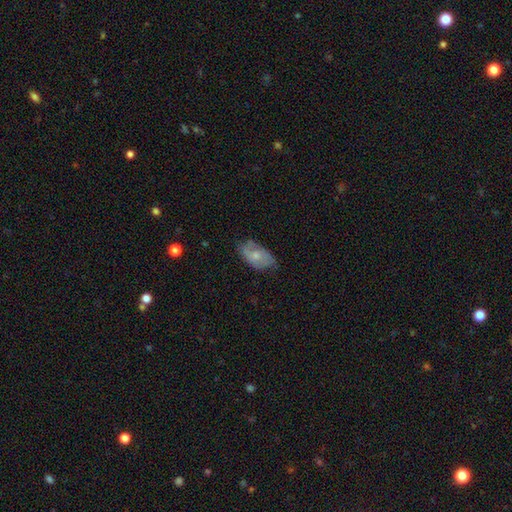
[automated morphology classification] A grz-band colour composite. It shows a smooth galaxy with no disk features (49%). Merging: none (59%).